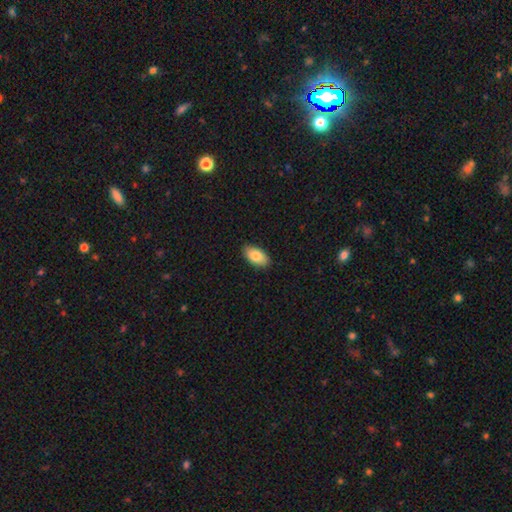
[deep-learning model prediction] Smooth or featured? smooth (83%)
How rounded? in between (94%)
Merging? none (88%)